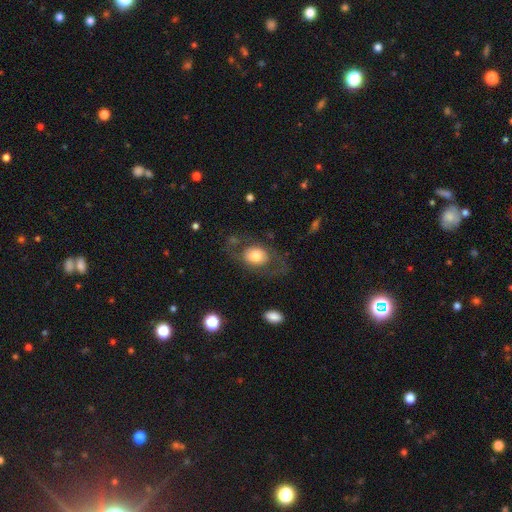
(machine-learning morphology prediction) smooth_or_featured: smooth (p=0.60) [alt: featured or disk p=0.33]
how_rounded: in between (p=0.62) [alt: round p=0.37]
merging: none (p=0.61) [alt: major disturbance p=0.20]